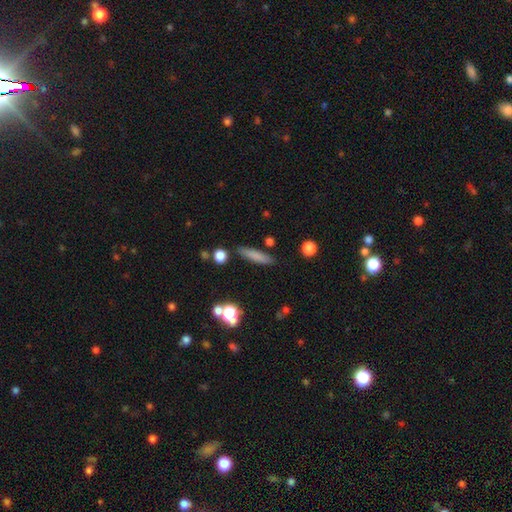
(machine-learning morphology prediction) A smooth galaxy with no disk features (78%) that is cigar-shaped (82%). Merging: none (84%).